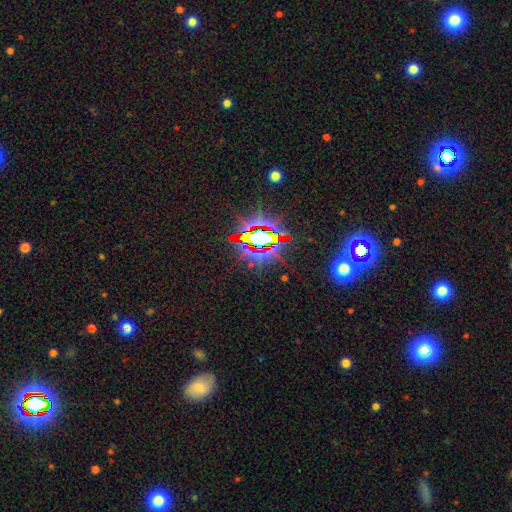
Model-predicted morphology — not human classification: Overall: star or artifact (80%).